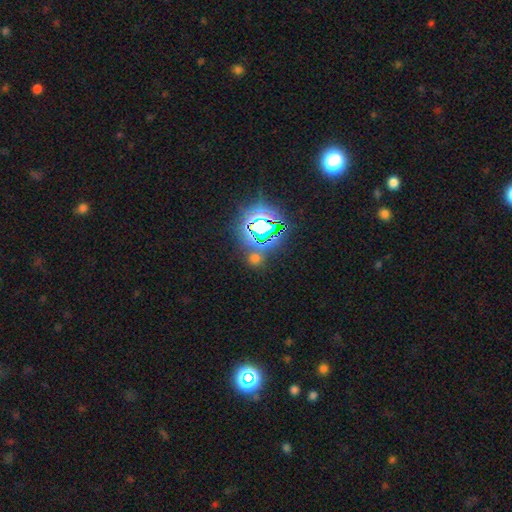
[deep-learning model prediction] A star or artifact, not a galaxy (73%).

Vote fractions:
- Smooth or featured? star or artifact: 73% / smooth: 19% / featured or disk: 8%